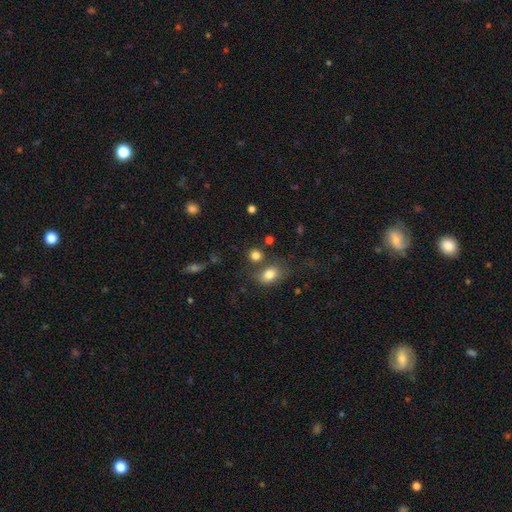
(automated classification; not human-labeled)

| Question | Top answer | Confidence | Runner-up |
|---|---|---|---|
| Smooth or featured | smooth | 81% | star or artifact (12%) |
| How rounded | round | 68% | in between (31%) |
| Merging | none | 67% | merger (18%) |